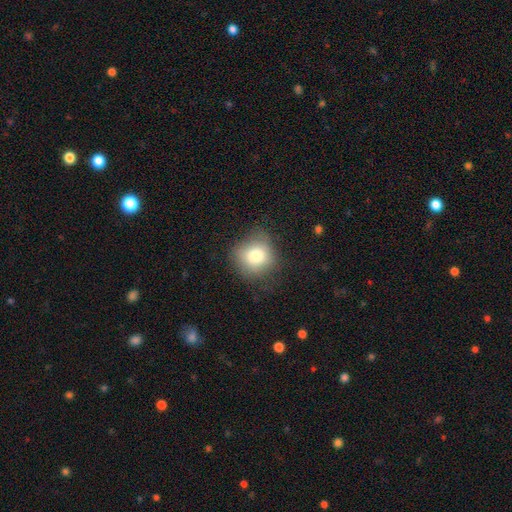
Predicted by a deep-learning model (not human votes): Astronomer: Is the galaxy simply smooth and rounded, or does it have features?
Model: smooth — 79%.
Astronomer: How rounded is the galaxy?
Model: round — 79%.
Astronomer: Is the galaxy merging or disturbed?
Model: none — 66%.